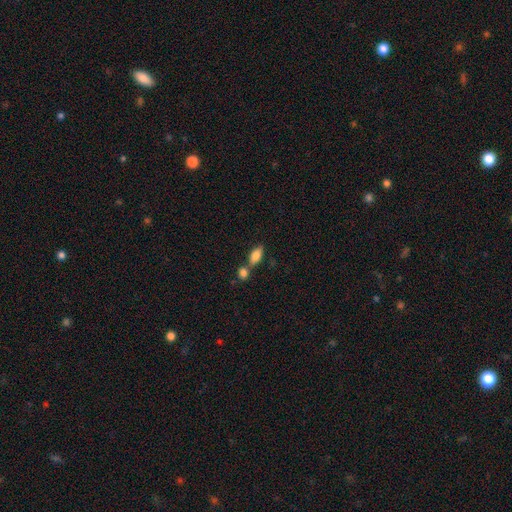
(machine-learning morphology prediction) smooth_or_featured: smooth (p=0.81) [alt: featured or disk p=0.11]
how_rounded: in between (p=0.84) [alt: cigar-shaped p=0.11]
merging: none (p=0.49) [alt: merger p=0.37]